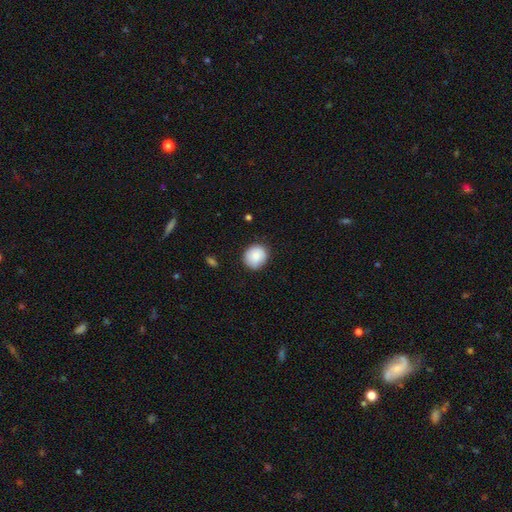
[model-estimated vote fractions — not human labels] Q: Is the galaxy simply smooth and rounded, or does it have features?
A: smooth — 85%.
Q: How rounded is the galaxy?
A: round — 83%.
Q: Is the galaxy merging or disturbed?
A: none — 84%.